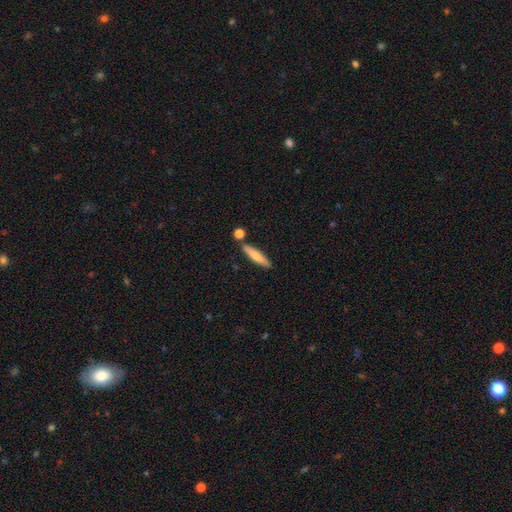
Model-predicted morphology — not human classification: Smooth or featured? Predicted: smooth (p=0.72). How rounded? Predicted: cigar-shaped (p=0.85). Merging? Predicted: none (p=0.81).